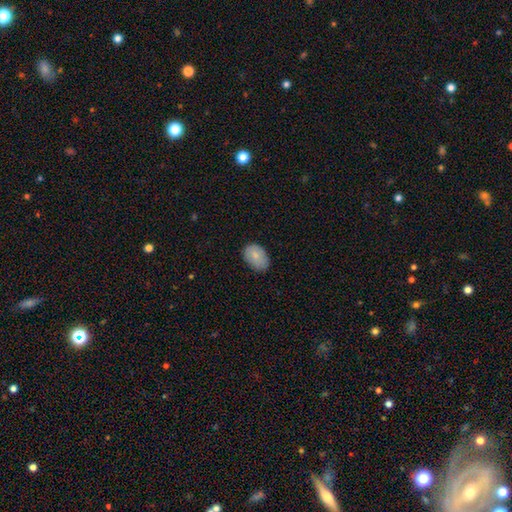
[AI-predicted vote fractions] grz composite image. It shows a smooth galaxy with no disk features (83%) that is in between round and cigar-shaped (84%). Merging: none (76%).